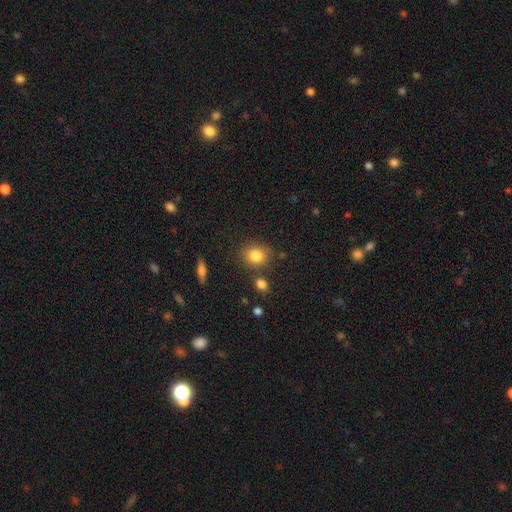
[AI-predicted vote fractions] smooth_or_featured: smooth (p=0.83) [alt: star or artifact p=0.10]
how_rounded: round (p=0.69) [alt: in between p=0.30]
merging: none (p=0.78) [alt: minor disturbance p=0.11]